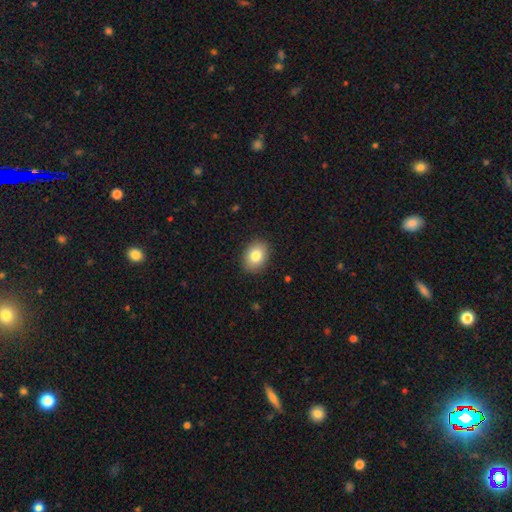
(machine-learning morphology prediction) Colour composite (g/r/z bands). It shows a smooth galaxy with no disk features (82%) that is in between round and cigar-shaped (67%). Merging: none (89%).